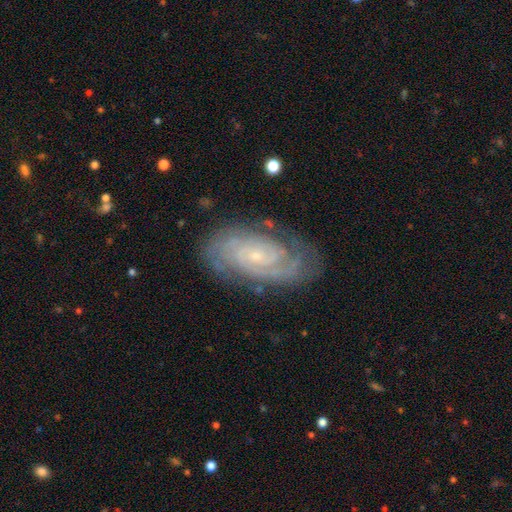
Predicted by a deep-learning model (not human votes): Smooth or featured?
  - featured or disk: 86% *
  - smooth: 8%
  - star or artifact: 6%
Edge-on disk?
  - no: 96% *
  - yes: 4%
Bar?
  - no: 65% *
  - weak: 29%
  - strong: 7%
Spiral arms?
  - yes: 96% *
  - no: 4%
Spiral winding?
  - tight: 71% *
  - medium: 25%
  - loose: 5%
Spiral arm count?
  - 2: 47% *
  - can't tell: 25%
  - 3: 13%
  - 4: 6%
  - 1: 4%
  - more than 4: 4%
Bulge size?
  - small: 80% *
  - moderate: 15%
  - none: 3%
  - large: 1%
  - dominant: 1%
Merging?
  - none: 77% *
  - minor disturbance: 16%
  - major disturbance: 5%
  - merger: 1%